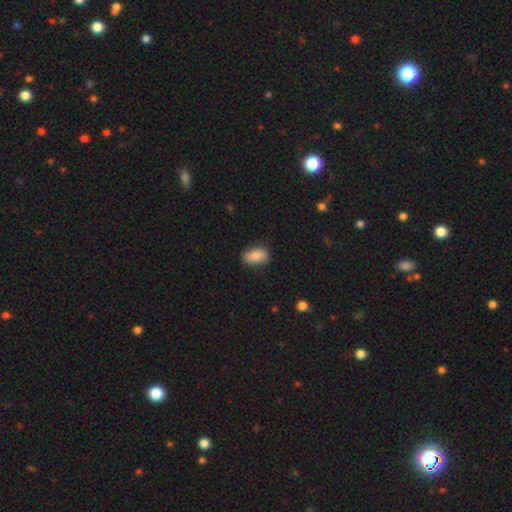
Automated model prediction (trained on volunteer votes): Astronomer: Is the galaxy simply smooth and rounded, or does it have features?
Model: smooth — 87%.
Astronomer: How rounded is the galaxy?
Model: in between — 91%.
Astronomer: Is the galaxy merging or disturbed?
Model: none — 81%.